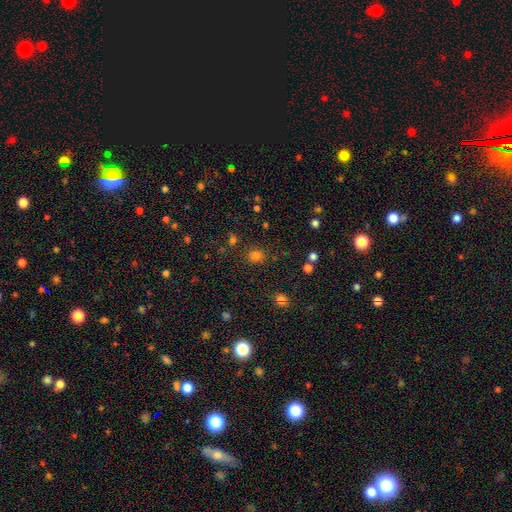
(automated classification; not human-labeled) Smooth or featured? Predicted: smooth (p=0.73). How rounded? Predicted: round (p=0.71). Merging? Predicted: none (p=0.83).